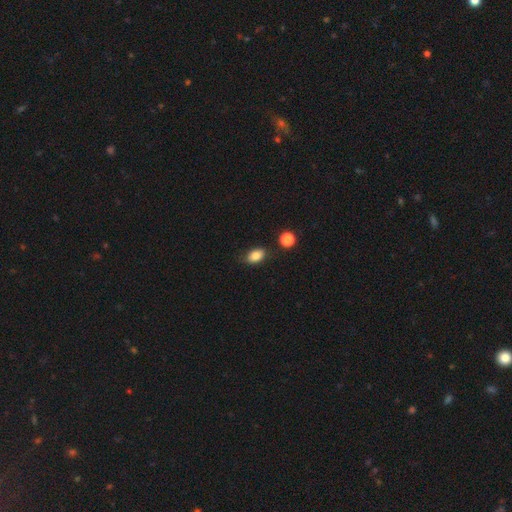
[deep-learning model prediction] This appears to be a smooth galaxy with no disk features (84%) that is in between round and cigar-shaped (85%). Merging: none (80%).